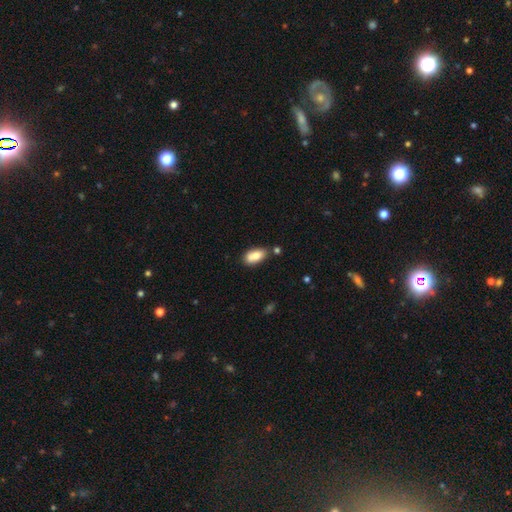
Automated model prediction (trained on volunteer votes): Smooth or featured? Predicted: smooth (p=0.80). How rounded? Predicted: in between (p=0.91). Merging? Predicted: none (p=0.65).